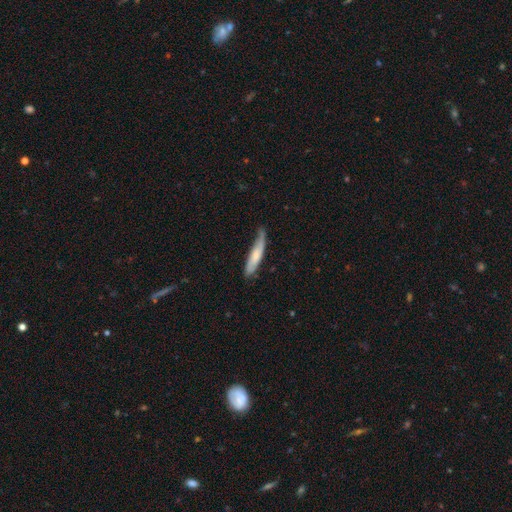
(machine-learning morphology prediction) Q: Smooth or featured?
A: smooth (63%); runner-up: featured or disk (32%)
Q: How rounded?
A: cigar-shaped (83%); runner-up: in between (16%)
Q: Merging?
A: none (55%); runner-up: minor disturbance (35%)